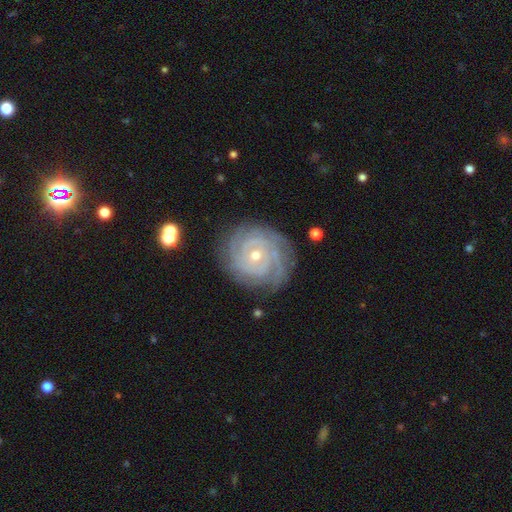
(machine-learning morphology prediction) featured or disk 87%, smooth 6%, star or artifact 6%. Down the decision tree: edge-on disk — no (98%); bar — no (77%); spiral arms — yes (97%); spiral arm count — 3 (24%); spiral winding — tight (83%); bulge size — small (65%); merging — none (82%).